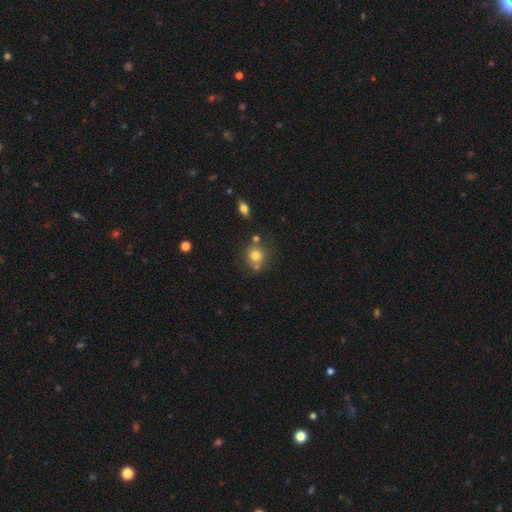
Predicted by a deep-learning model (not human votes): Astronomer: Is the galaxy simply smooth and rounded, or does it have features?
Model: smooth — 76%.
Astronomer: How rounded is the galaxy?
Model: round — 88%.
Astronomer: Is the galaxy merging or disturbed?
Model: none — 70%.